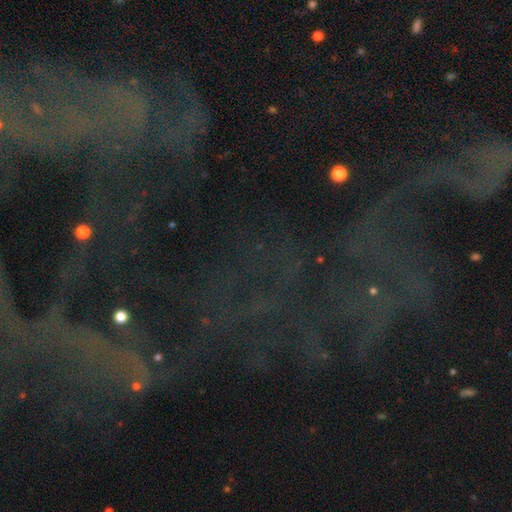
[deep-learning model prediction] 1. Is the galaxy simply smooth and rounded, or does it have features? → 67% star or artifact, 21% featured or disk, 12% smooth.